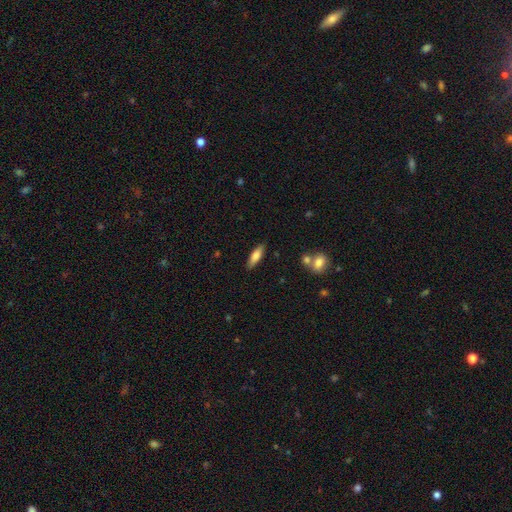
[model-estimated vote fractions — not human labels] Smooth or featured? smooth (74%)
How rounded? cigar-shaped (52%)
Merging? none (85%)